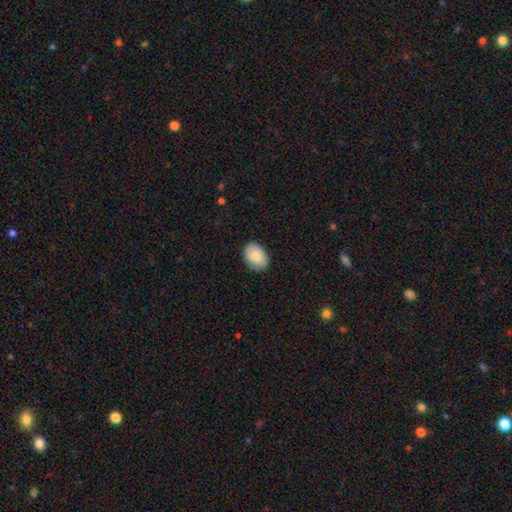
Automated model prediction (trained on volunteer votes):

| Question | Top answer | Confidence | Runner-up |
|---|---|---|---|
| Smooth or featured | smooth | 83% | featured or disk (10%) |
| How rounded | in between | 76% | round (23%) |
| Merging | none | 85% | minor disturbance (12%) |